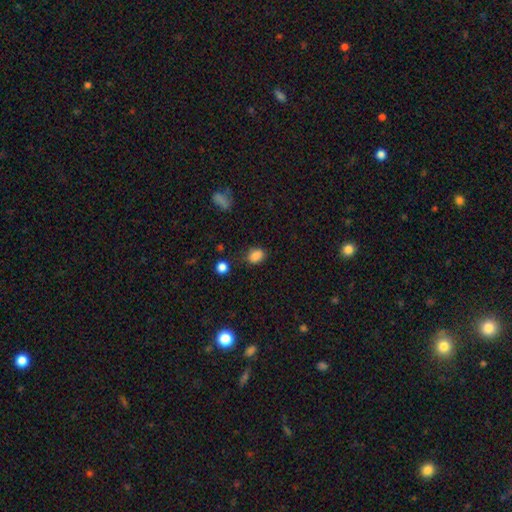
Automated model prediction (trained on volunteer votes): Overall: smooth (84%). How rounded: in between (62%; round 37%). Merging: none (73%).